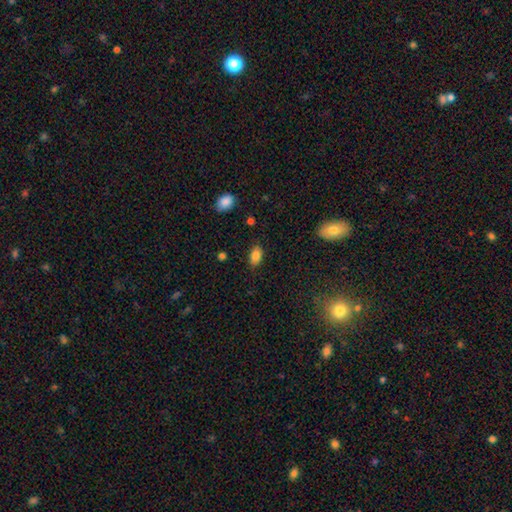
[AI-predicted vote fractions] A smooth galaxy with no disk features (85%) that is in between round and cigar-shaped (90%).

Vote fractions:
- Smooth or featured? smooth: 85% / star or artifact: 9% / featured or disk: 6%
- How rounded? in between: 90% / round: 8% / cigar-shaped: 2%
- Merging? none: 84% / minor disturbance: 12% / major disturbance: 3% / merger: 1%